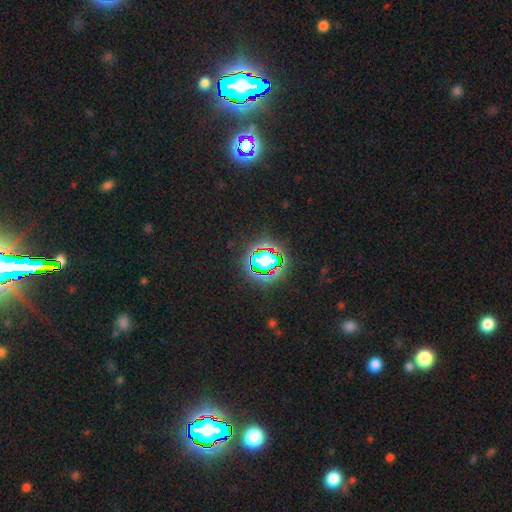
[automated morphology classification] smooth-or-featured: star or artifact: 81% | smooth: 12% | featured or disk: 7%